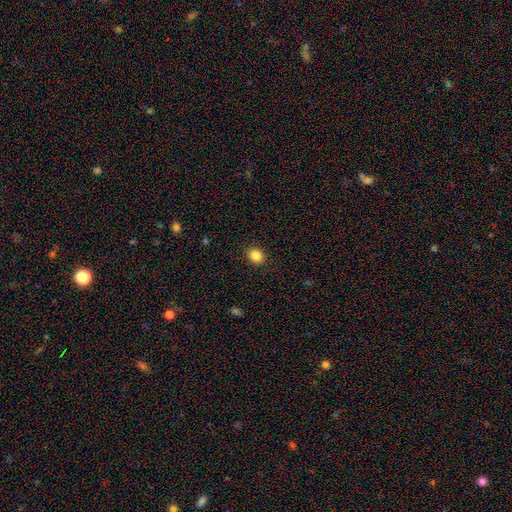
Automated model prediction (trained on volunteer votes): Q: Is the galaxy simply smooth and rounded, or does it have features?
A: smooth — 85%.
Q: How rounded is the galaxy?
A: round — 70%.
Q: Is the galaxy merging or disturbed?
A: none — 91%.